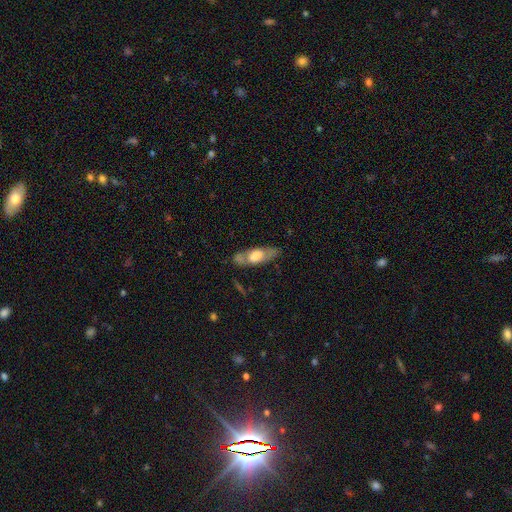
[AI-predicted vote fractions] This is possibly a featured or disk galaxy (48%). Merging: likely none (63%).